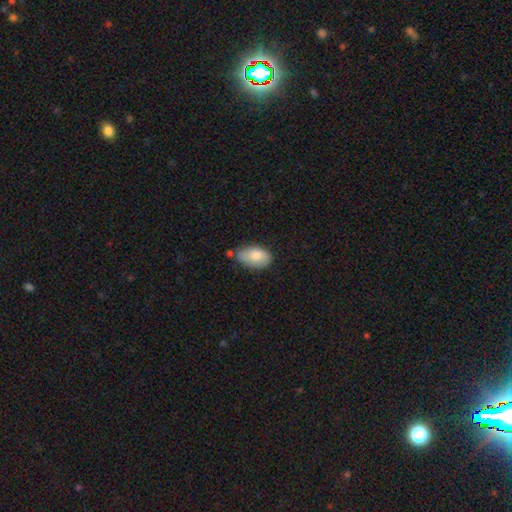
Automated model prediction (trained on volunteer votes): Smooth or featured? smooth (79%)
How rounded? in between (92%)
Merging? none (51%)